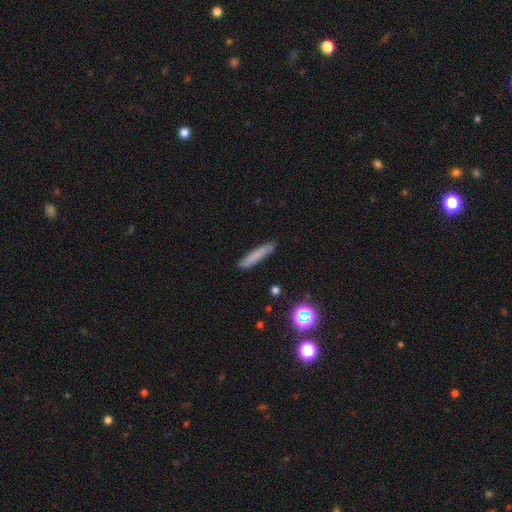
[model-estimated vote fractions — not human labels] This is likely a smooth galaxy (75%). How rounded: clearly cigar-shaped (92%). Merging: clearly none (86%).